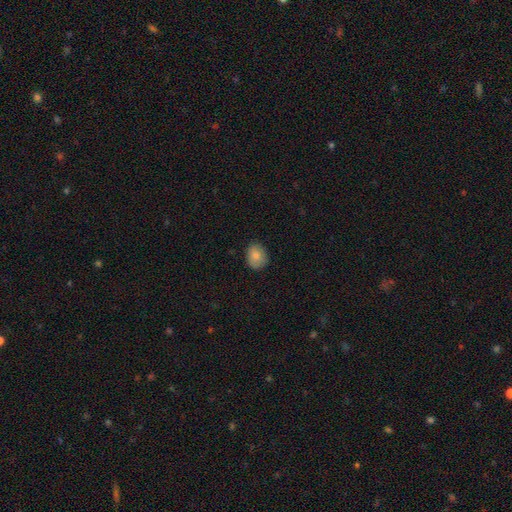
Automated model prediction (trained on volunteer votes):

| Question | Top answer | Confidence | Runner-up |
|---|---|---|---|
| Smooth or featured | smooth | 83% | featured or disk (9%) |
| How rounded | round | 50% | in between (49%) |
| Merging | none | 80% | minor disturbance (16%) |